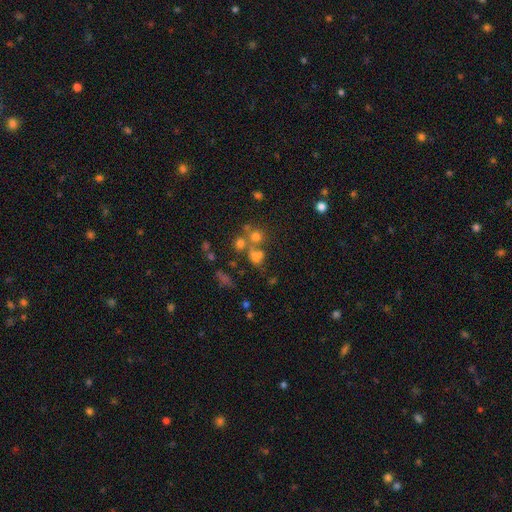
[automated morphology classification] smooth 52%, star or artifact 30%, featured or disk 18%. Down the decision tree: how rounded — round (73%); merging — none (49%).